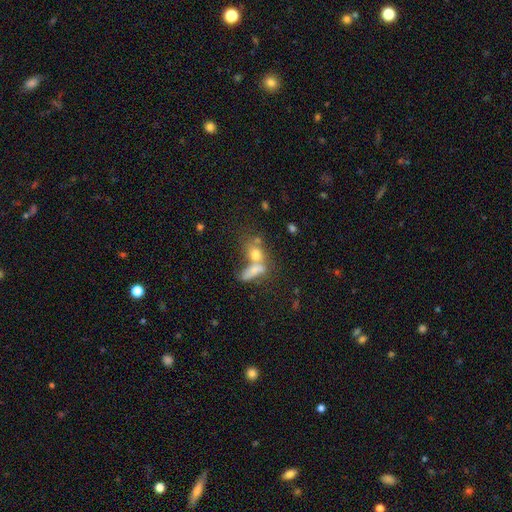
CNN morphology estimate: A smooth galaxy with no disk features (59%) that is in between round and cigar-shaped (57%). Merging: merger (55%).